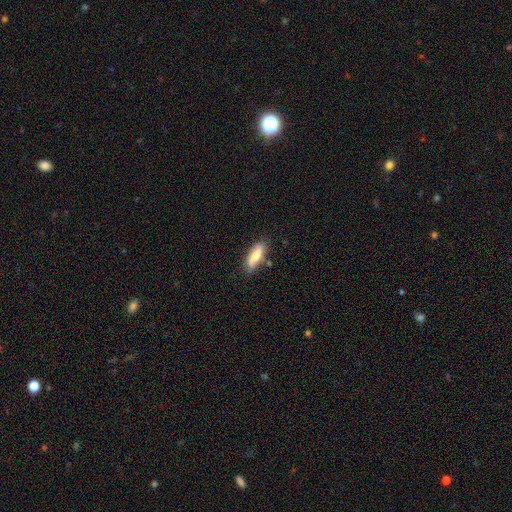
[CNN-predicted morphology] Smooth or featured?
  - smooth: 65% *
  - featured or disk: 29%
  - star or artifact: 7%
How rounded?
  - in between: 58% *
  - cigar-shaped: 40%
  - round: 3%
Merging?
  - none: 68% *
  - minor disturbance: 22%
  - merger: 5%
  - major disturbance: 5%